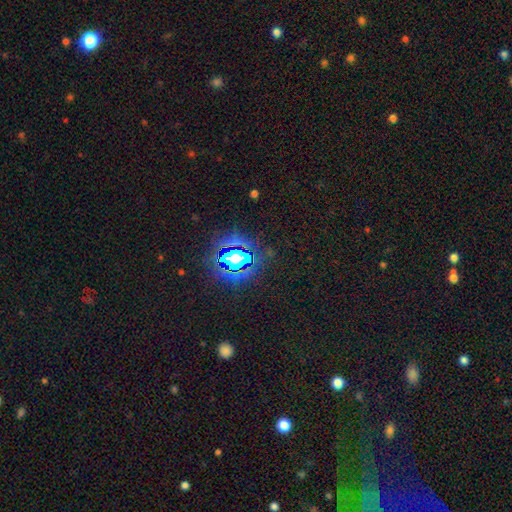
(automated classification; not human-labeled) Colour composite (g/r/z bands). It shows a star or artifact, not a galaxy (80%).